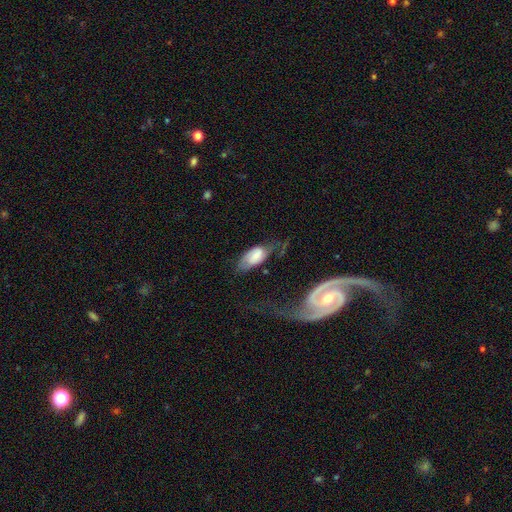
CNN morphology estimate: Smooth or featured? smooth (56%)
How rounded? in between (91%)
Merging? major disturbance (35%)